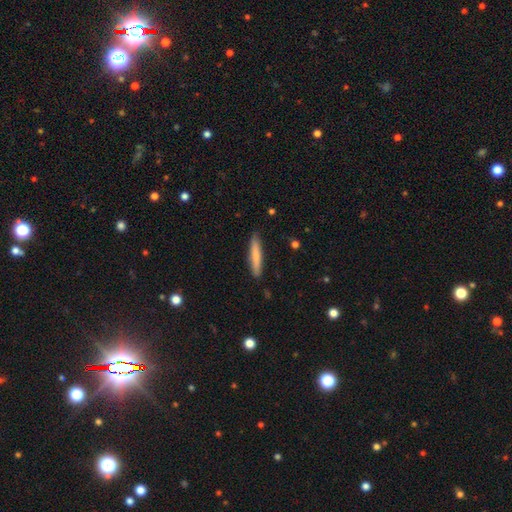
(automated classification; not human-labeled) This is likely a smooth galaxy (75%). How rounded: clearly cigar-shaped (93%). Merging: clearly none (89%).